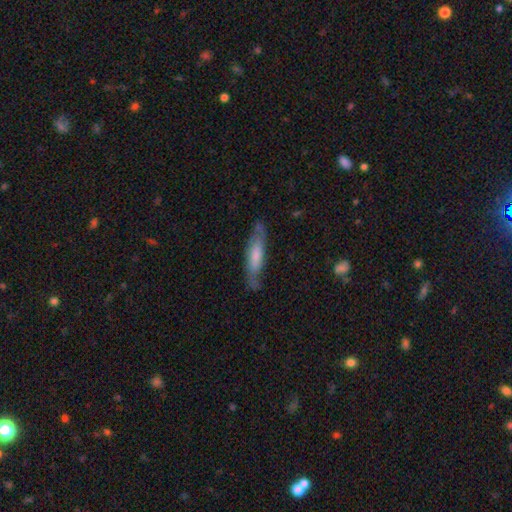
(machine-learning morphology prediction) This is possibly a smooth galaxy (50%). How rounded: likely cigar-shaped (70%). Merging: likely none (72%).